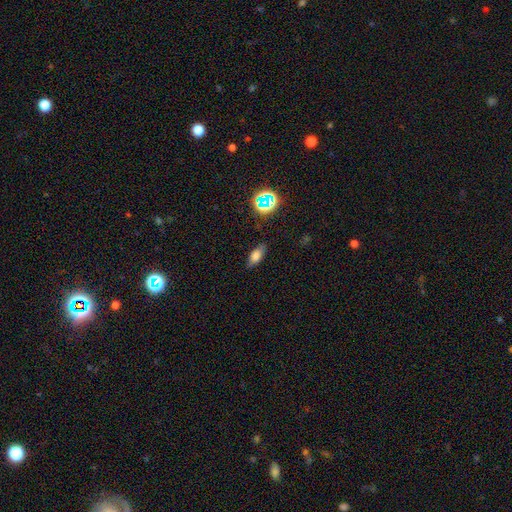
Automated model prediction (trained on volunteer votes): Smooth or featured? smooth (71%)
How rounded? in between (80%)
Merging? none (80%)